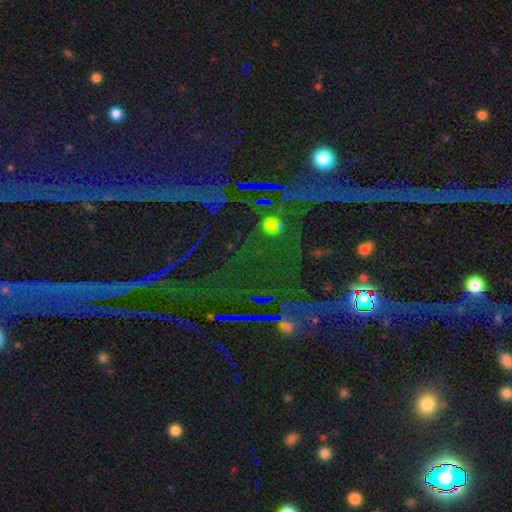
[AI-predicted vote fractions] smooth_or_featured: star or artifact (p=0.84) [alt: featured or disk p=0.08]